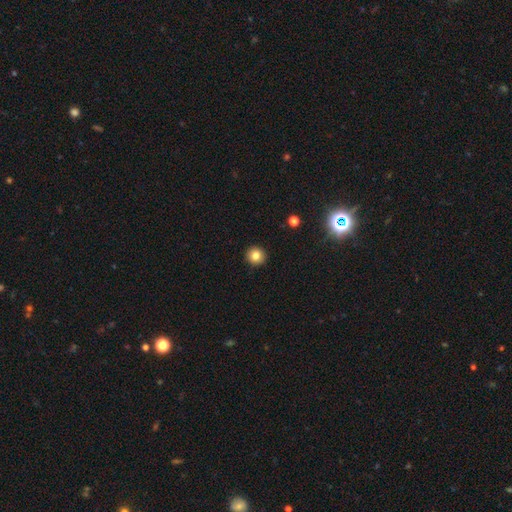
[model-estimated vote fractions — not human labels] A smooth galaxy with no disk features (82%) that is round (94%).

Vote fractions:
- Smooth or featured? smooth: 82% / star or artifact: 11% / featured or disk: 7%
- How rounded? round: 94% / in between: 5% / cigar-shaped: 1%
- Merging? none: 93% / minor disturbance: 5% / major disturbance: 1% / merger: 1%